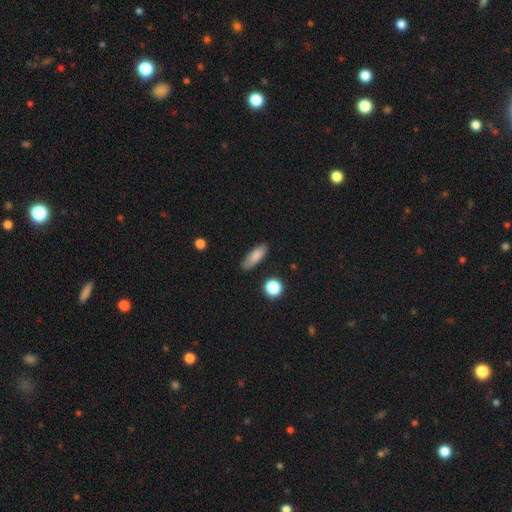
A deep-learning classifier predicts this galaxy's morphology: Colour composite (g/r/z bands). It shows a smooth galaxy with no disk features (84%) that is in between round and cigar-shaped (61%). Merging: none (79%).